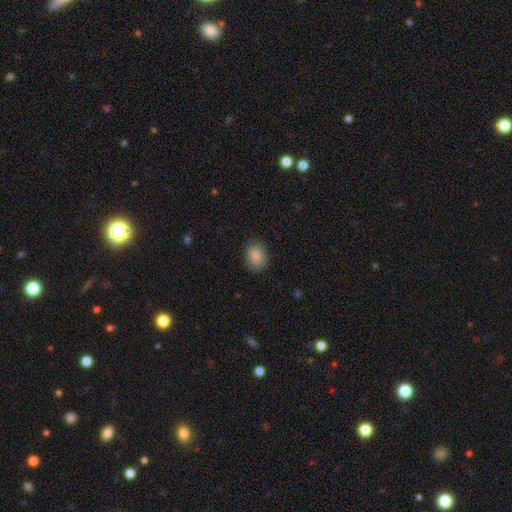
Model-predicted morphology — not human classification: smooth-or-featured: smooth: 87% | star or artifact: 8% | featured or disk: 4%
  how-rounded: in between: 54% | round: 46% | cigar-shaped: 1%
  merging: none: 80% | minor disturbance: 16% | major disturbance: 4% | merger: 1%